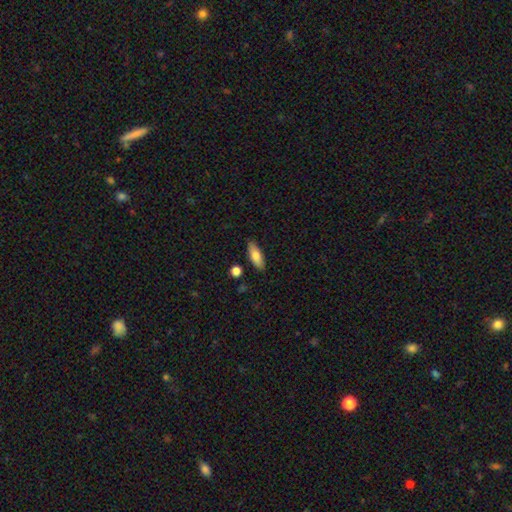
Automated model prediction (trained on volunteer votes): Smooth or featured? Predicted: smooth (p=0.79). How rounded? Predicted: in between (p=0.72). Merging? Predicted: none (p=0.86).